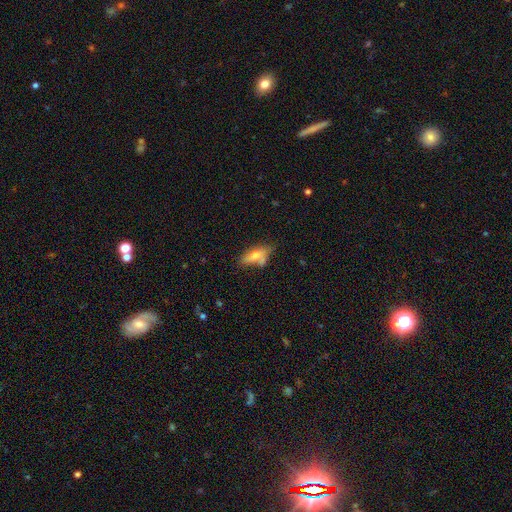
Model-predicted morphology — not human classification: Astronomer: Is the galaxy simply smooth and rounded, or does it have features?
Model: smooth — 61%.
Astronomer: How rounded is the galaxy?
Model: in between — 62%.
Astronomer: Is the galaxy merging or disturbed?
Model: none — 51%.